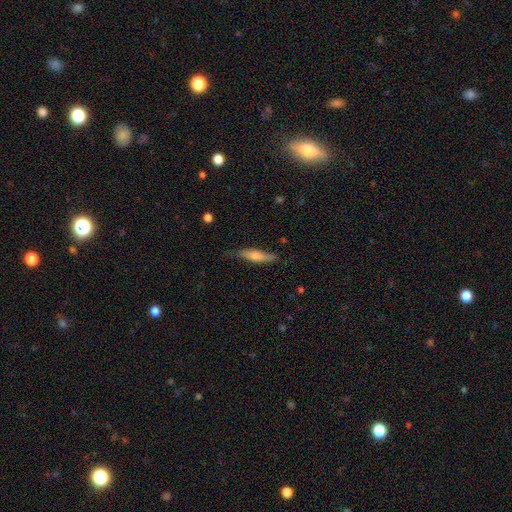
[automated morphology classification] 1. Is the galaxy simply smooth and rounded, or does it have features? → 53% smooth, 40% featured or disk, 6% star or artifact.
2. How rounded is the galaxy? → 83% cigar-shaped, 16% in between, 2% round.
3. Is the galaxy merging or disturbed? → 73% none, 21% minor disturbance, 4% major disturbance, 2% merger.